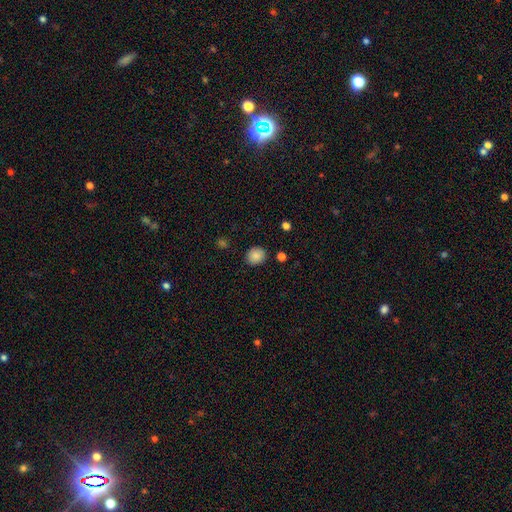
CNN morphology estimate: type=smooth (87%); roundness=round (80%); merging=none (87%).